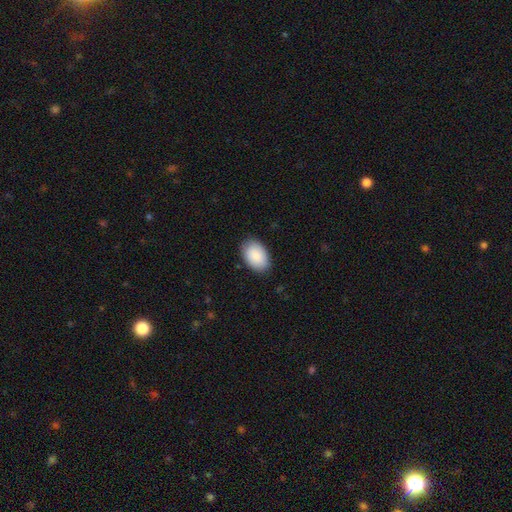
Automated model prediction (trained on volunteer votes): Smooth or featured? Predicted: smooth (p=0.89). How rounded? Predicted: in between (p=0.92). Merging? Predicted: none (p=0.86).